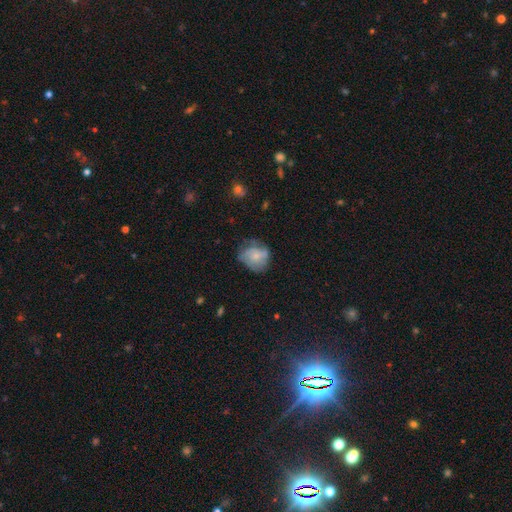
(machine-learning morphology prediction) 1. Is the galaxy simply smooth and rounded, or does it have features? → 49% smooth, 43% featured or disk, 9% star or artifact.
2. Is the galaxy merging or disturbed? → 51% none, 31% minor disturbance, 16% major disturbance, 2% merger.